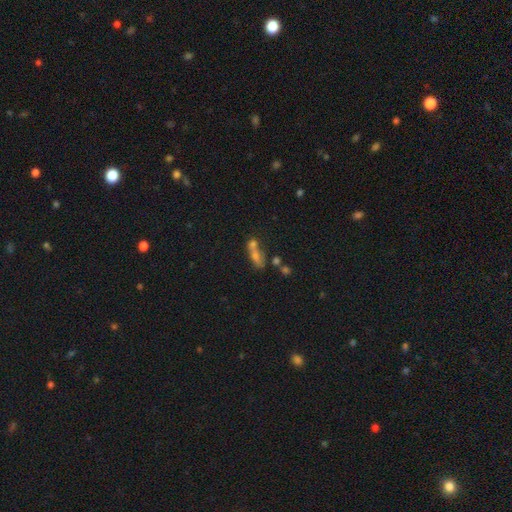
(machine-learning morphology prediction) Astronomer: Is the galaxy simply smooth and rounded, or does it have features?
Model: smooth — 57%.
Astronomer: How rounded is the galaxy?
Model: in between — 53% (runner-up: cigar-shaped, 35%).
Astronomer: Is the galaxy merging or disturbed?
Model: merger — 48% (runner-up: none, 30%).